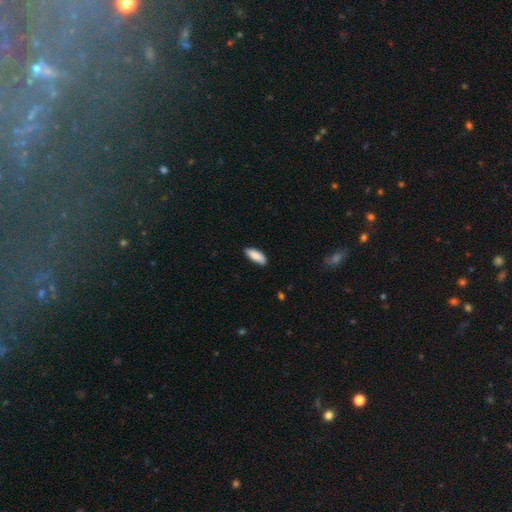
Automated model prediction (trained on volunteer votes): This appears to be a smooth galaxy with no disk features (88%) that is in between round and cigar-shaped (73%). Merging: none (85%).